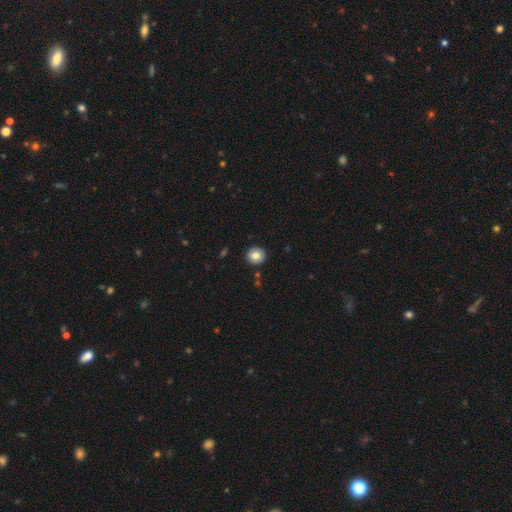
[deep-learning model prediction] Morphology: type=smooth (79%); roundness=round (91%); merging=none (91%).